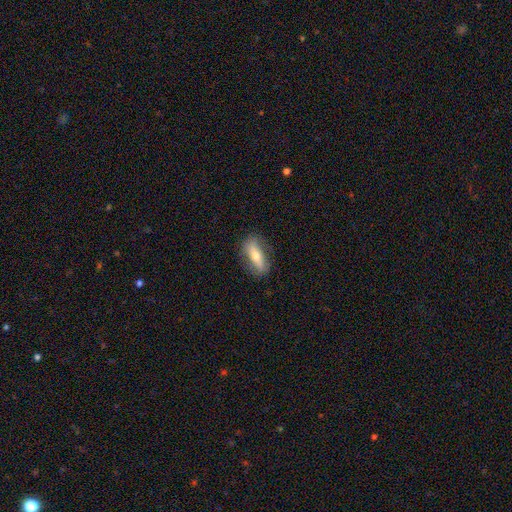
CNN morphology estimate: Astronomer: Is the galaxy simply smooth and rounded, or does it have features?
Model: smooth — 54% (runner-up: featured or disk, 39%).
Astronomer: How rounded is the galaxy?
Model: in between — 59% (runner-up: cigar-shaped, 36%).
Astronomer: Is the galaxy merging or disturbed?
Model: none — 80%.